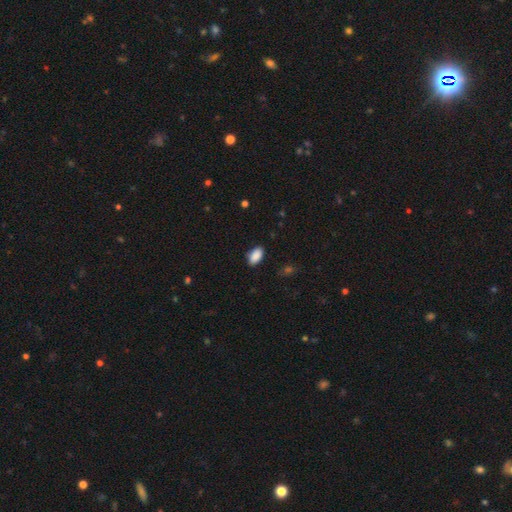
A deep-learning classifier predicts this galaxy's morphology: Smooth or featured: smooth — 89% (star or artifact — 7%)
How rounded: in between — 93% (round — 4%)
Merging: none — 85% (minor disturbance — 11%)